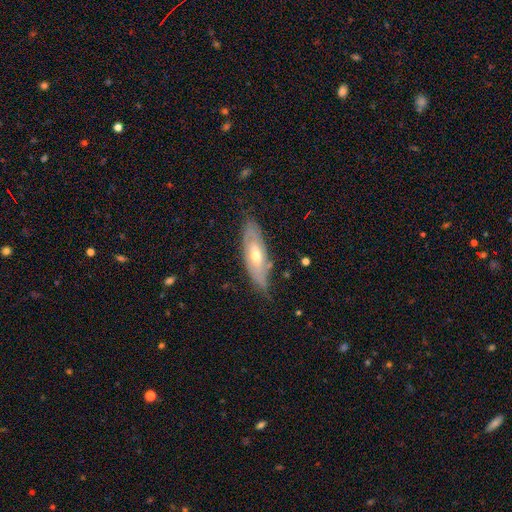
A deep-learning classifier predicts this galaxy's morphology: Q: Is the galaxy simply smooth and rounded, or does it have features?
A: featured or disk — 64%.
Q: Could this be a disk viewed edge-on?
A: no — 67%.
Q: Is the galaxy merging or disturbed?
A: none — 72%.